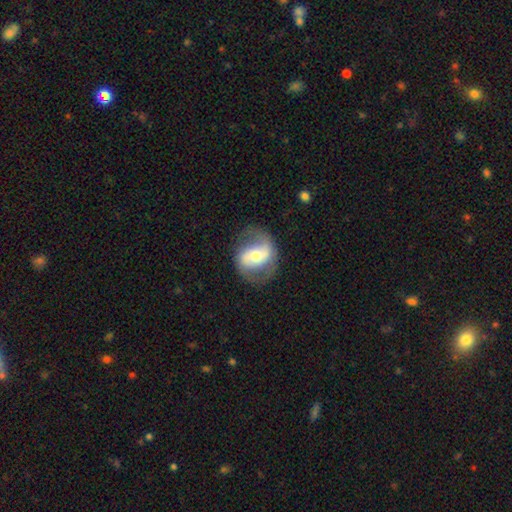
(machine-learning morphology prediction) Smooth or featured?
  - featured or disk: 70% *
  - smooth: 24%
  - star or artifact: 6%
Edge-on disk?
  - no: 96% *
  - yes: 4%
Bar?
  - no: 37% *
  - weak: 35%
  - strong: 29%
Spiral arms?
  - yes: 80% *
  - no: 20%
Spiral winding?
  - medium: 44% *
  - loose: 37%
  - tight: 19%
Spiral arm count?
  - 2: 86% *
  - can't tell: 7%
  - 1: 5%
  - 3: 1%
  - 4: 1%
  - more than 4: 1%
Bulge size?
  - moderate: 65% *
  - small: 22%
  - large: 10%
  - dominant: 2%
  - none: 1%
Merging?
  - none: 71% *
  - minor disturbance: 17%
  - major disturbance: 11%
  - merger: 1%